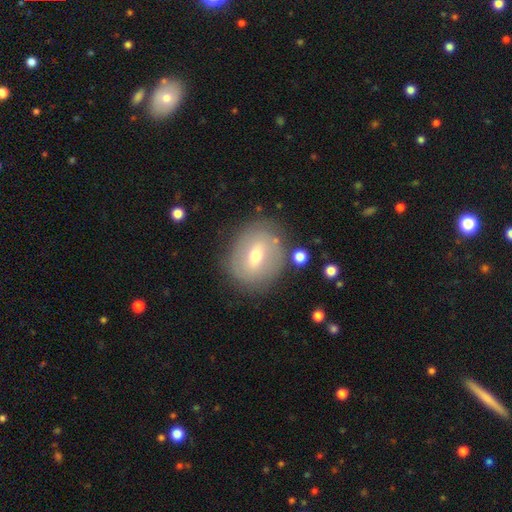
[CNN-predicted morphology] The model was most divided on "smooth or featured": featured or disk: 48%, smooth: 44%, star or artifact: 8%. More confident: merging — none (79%).